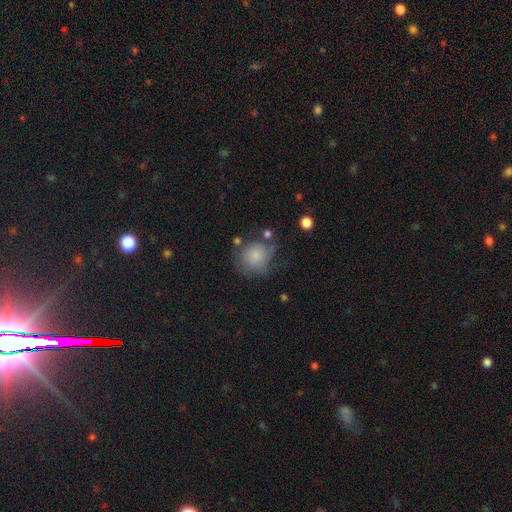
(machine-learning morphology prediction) Smooth or featured? smooth (75%)
How rounded? round (79%)
Merging? none (47%)